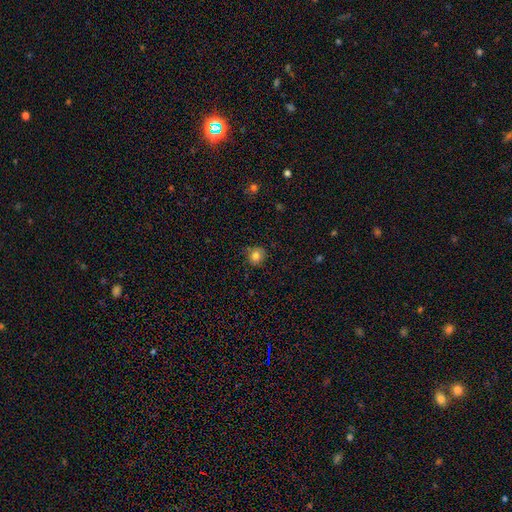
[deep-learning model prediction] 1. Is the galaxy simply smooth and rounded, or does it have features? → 82% smooth, 11% star or artifact, 7% featured or disk.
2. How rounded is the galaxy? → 83% round, 16% in between, 1% cigar-shaped.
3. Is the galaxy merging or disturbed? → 83% none, 13% minor disturbance, 3% major disturbance, 1% merger.